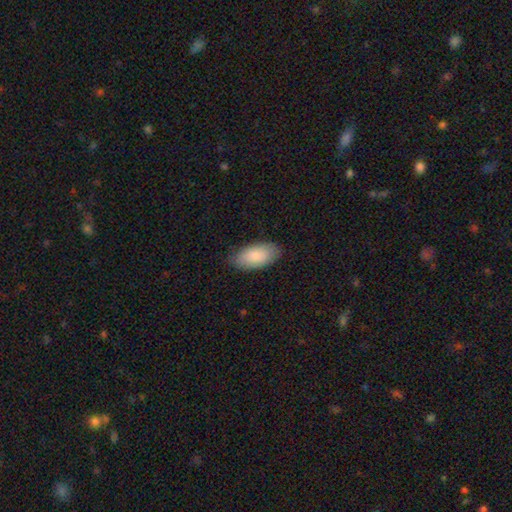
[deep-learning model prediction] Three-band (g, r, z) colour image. It shows a smooth galaxy with no disk features (85%) that is in between round and cigar-shaped (93%). Merging: none (83%).